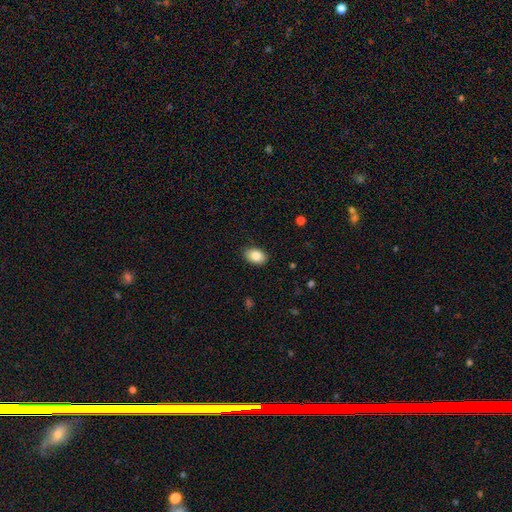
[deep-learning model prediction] The model was most divided on "how rounded": in between: 87%, round: 12%, cigar-shaped: 1%. More confident: merging — none (88%); smooth or featured — smooth (86%).